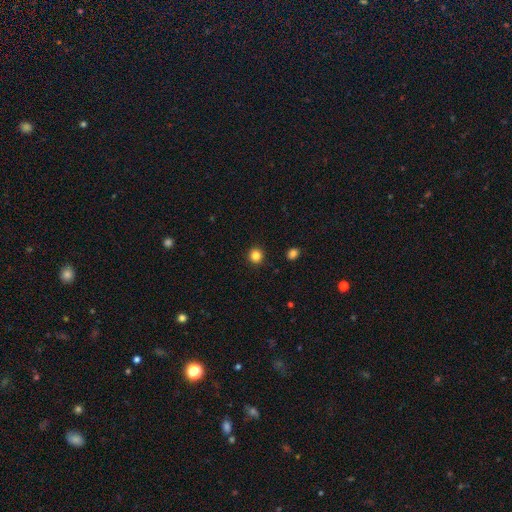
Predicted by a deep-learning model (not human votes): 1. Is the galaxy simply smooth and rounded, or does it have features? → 84% smooth, 12% star or artifact, 4% featured or disk.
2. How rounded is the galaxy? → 93% round, 6% in between, 1% cigar-shaped.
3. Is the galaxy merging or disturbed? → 92% none, 5% minor disturbance, 2% major disturbance, 1% merger.